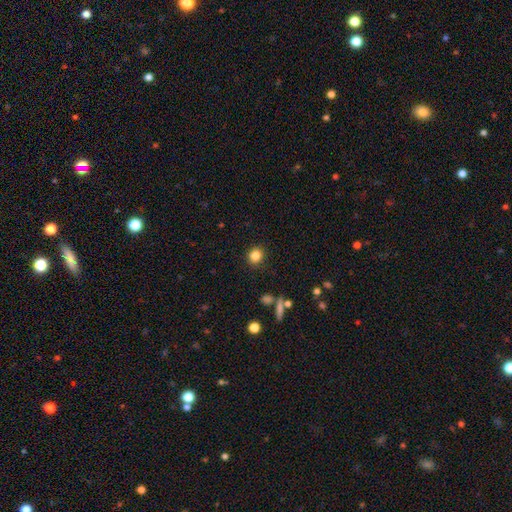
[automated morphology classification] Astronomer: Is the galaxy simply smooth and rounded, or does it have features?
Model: smooth — 84%.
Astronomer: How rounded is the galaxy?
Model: round — 83%.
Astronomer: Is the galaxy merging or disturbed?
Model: none — 89%.